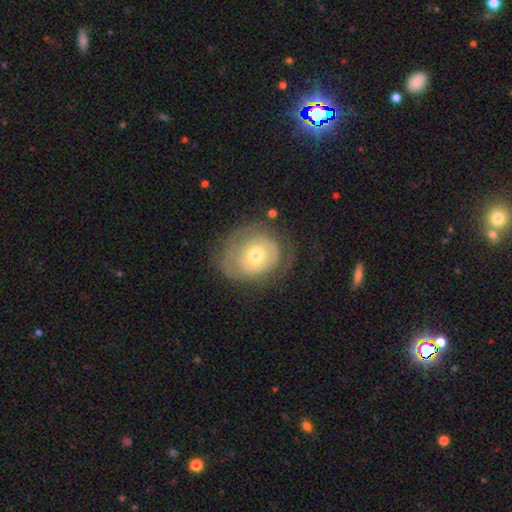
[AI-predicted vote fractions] featured or disk 50%, smooth 43%, star or artifact 7%. Down the decision tree: edge-on disk — no (95%); merging — none (56%).